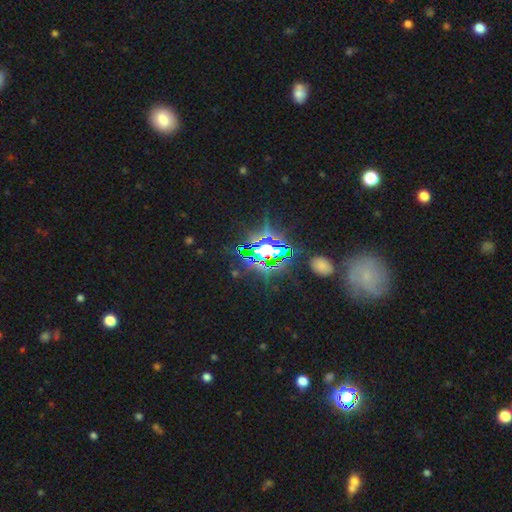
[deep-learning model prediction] Smooth or featured: star or artifact — 80% (smooth — 11%)